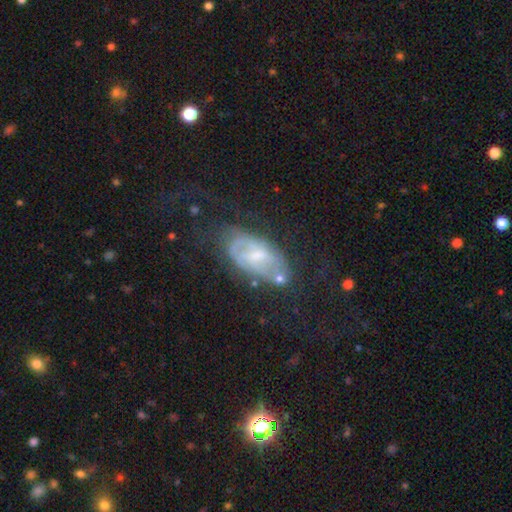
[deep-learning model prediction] smooth-or-featured: featured or disk: 60% | smooth: 28% | star or artifact: 12%
  disk-edge-on: no: 90% | yes: 10%
    bar: weak: 47% | no: 37% | strong: 16%
    has-spiral-arms: yes: 60% | no: 40%
    bulge-size: small: 40% (tied) | moderate: 40% (tied) | none: 12% | large: 5% | dominant: 2%
  merging: none: 49% | minor disturbance: 25% | major disturbance: 20% | merger: 7%